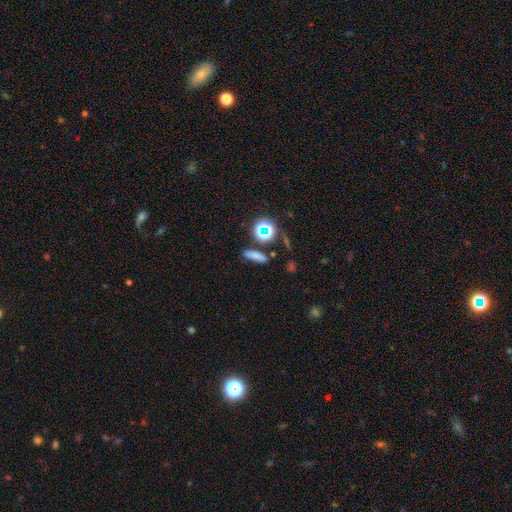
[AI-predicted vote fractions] This appears to be a smooth galaxy with no disk features (69%) that is cigar-shaped (61%). Merging: none (79%).